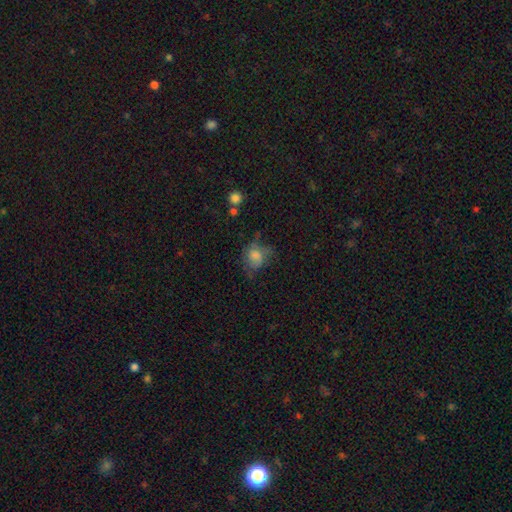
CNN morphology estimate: Overall: smooth (65%). How rounded: round (50%; in between 49%). Merging: none (36%; major disturbance 31%).